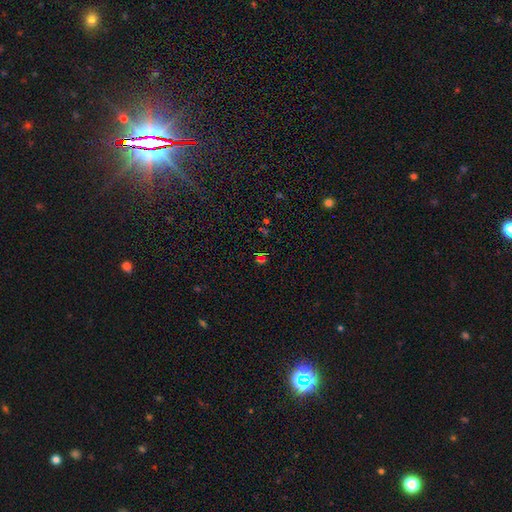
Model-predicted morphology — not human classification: This is possibly a star or artifact rather than a galaxy (59%).